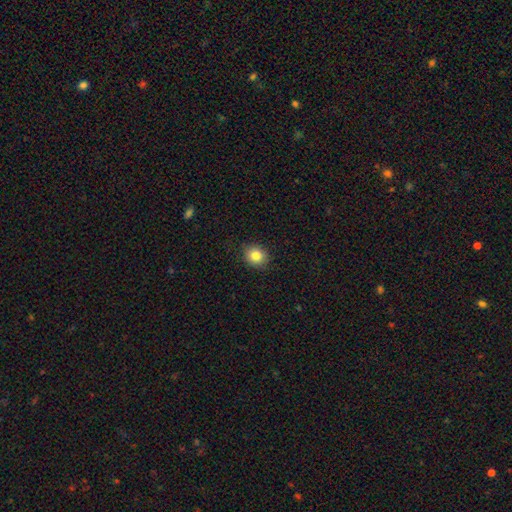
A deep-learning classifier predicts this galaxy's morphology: smooth 84%, star or artifact 10%, featured or disk 6%. Down the decision tree: how rounded — round (75%); merging — none (88%).